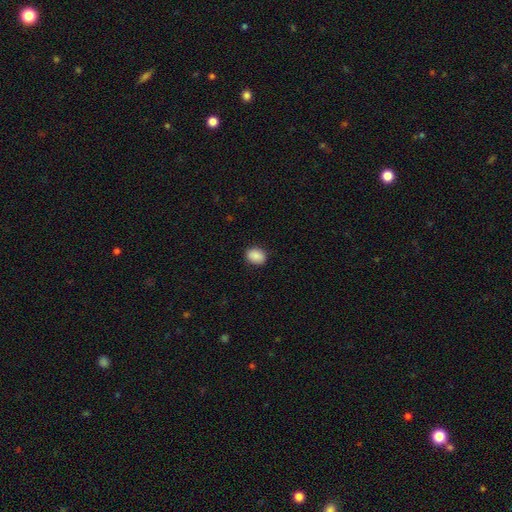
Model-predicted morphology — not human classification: The model was most divided on "how rounded": in between: 50%, round: 49%, cigar-shaped: 1%. More confident: merging — none (89%); smooth or featured — smooth (89%).